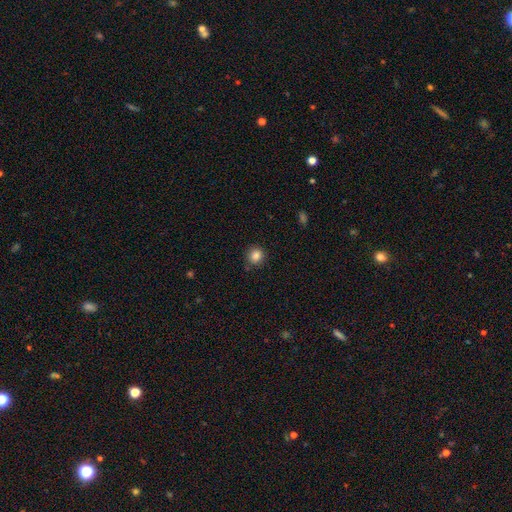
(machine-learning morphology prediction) smooth-or-featured: smooth: 86% | star or artifact: 10% | featured or disk: 4%
  how-rounded: round: 87% | in between: 12% | cigar-shaped: 1%
  merging: none: 87% | minor disturbance: 9% | major disturbance: 2% | merger: 2%